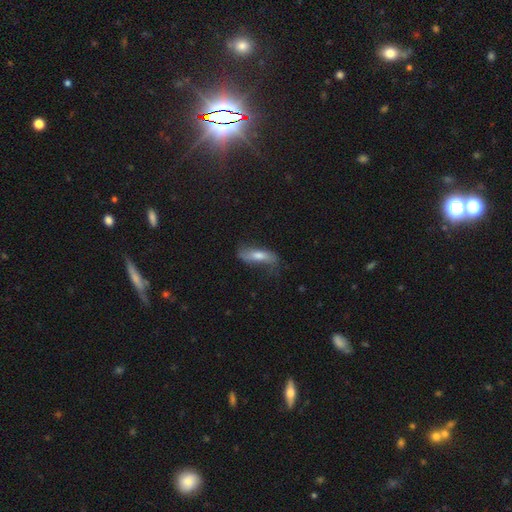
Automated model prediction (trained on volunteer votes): Smooth or featured?
  - smooth: 44% * (tied)
  - featured or disk: 44% * (tied)
  - star or artifact: 12%
Merging?
  - none: 57% *
  - minor disturbance: 27%
  - major disturbance: 14%
  - merger: 2%